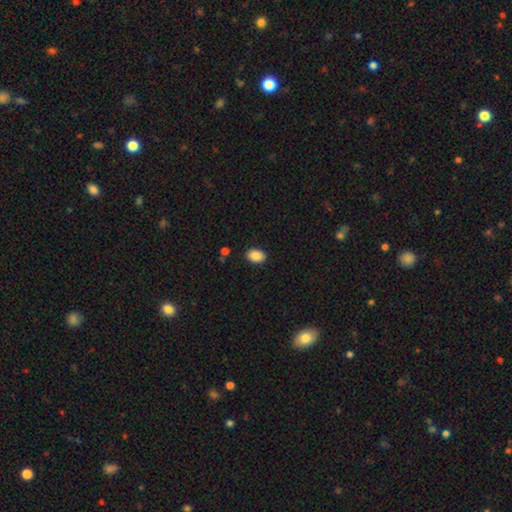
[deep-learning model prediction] smooth_or_featured: smooth (p=0.89) [alt: star or artifact p=0.08]
how_rounded: in between (p=0.82) [alt: round p=0.17]
merging: none (p=0.88) [alt: minor disturbance p=0.08]